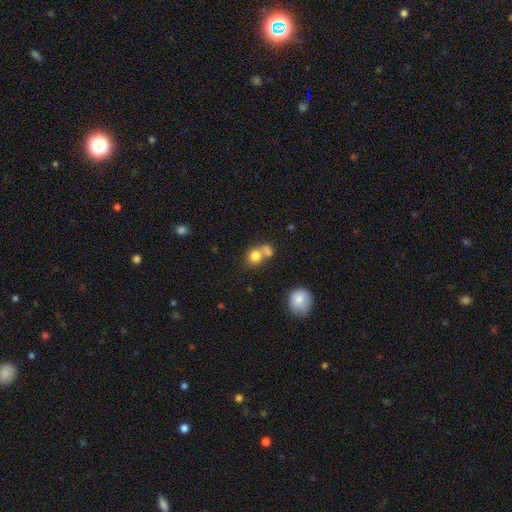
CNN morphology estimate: The model was most divided on "merging": merger: 55%, none: 32%, minor disturbance: 8%, major disturbance: 5%. More confident: smooth or featured — smooth (77%); how rounded — round (72%).